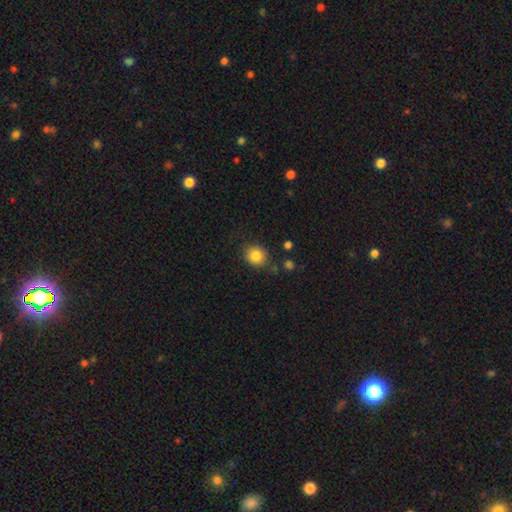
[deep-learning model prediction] Overall: smooth (85%). How rounded: round (77%). Merging: none (81%).